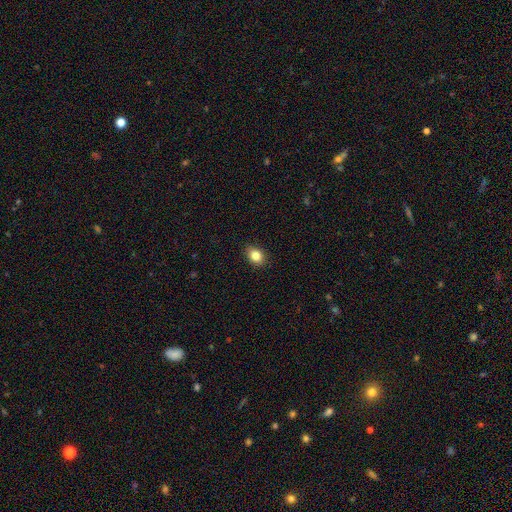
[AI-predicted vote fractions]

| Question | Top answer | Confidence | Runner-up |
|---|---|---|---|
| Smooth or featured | smooth | 83% | star or artifact (10%) |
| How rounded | in between | 64% | round (35%) |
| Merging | none | 88% | minor disturbance (9%) |